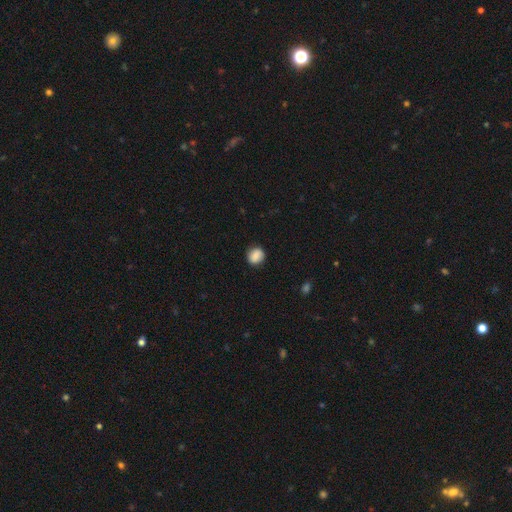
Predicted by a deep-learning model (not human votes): smooth_or_featured: smooth (p=0.82) [alt: featured or disk p=0.09]
how_rounded: round (p=0.74) [alt: in between p=0.25]
merging: none (p=0.83) [alt: minor disturbance p=0.13]